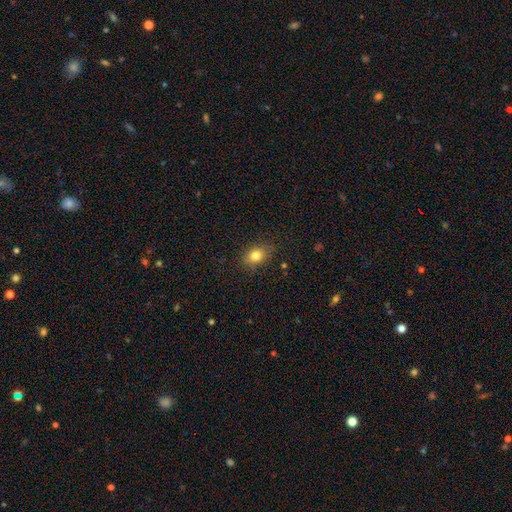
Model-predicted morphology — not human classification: type=smooth (81%); roundness=in between (65%); merging=none (81%).